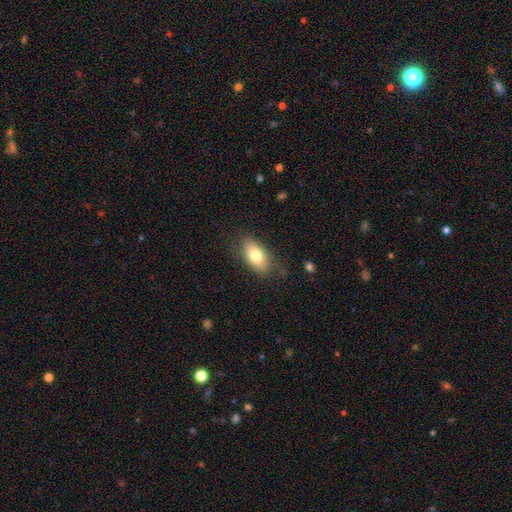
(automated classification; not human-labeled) This is likely a smooth galaxy (76%). How rounded: clearly in between (88%). Merging: likely none (76%).